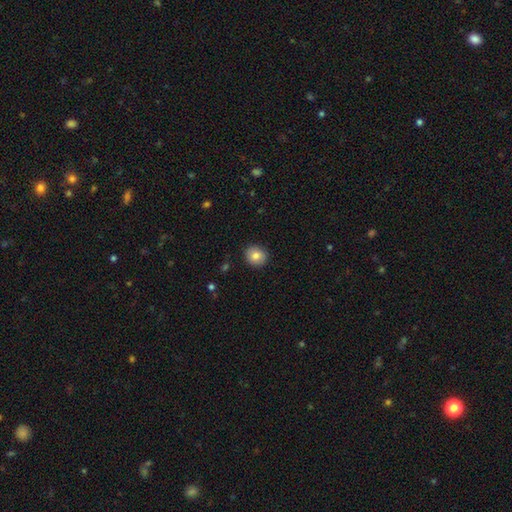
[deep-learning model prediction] This appears to be a smooth galaxy with no disk features (82%) that is round (84%). Merging: none (91%).